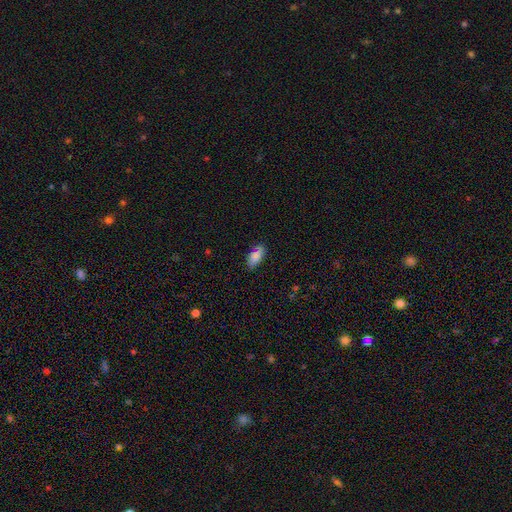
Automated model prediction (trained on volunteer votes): smooth 83%, featured or disk 9%, star or artifact 8%. Down the decision tree: how rounded — in between (88%); merging — none (77%).